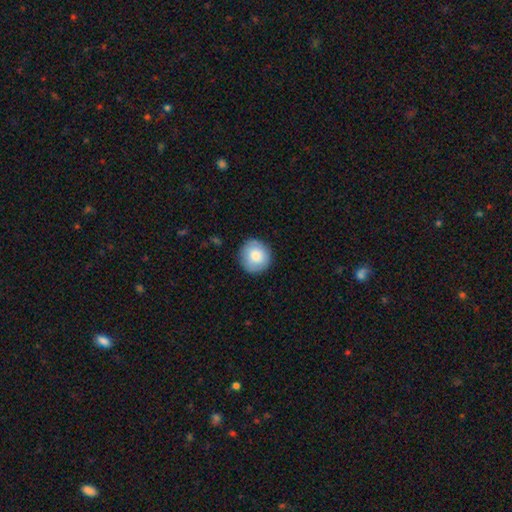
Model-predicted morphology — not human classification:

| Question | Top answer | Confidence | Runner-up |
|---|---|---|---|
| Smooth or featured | smooth | 79% | featured or disk (13%) |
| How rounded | round | 92% | in between (7%) |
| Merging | none | 88% | minor disturbance (9%) |